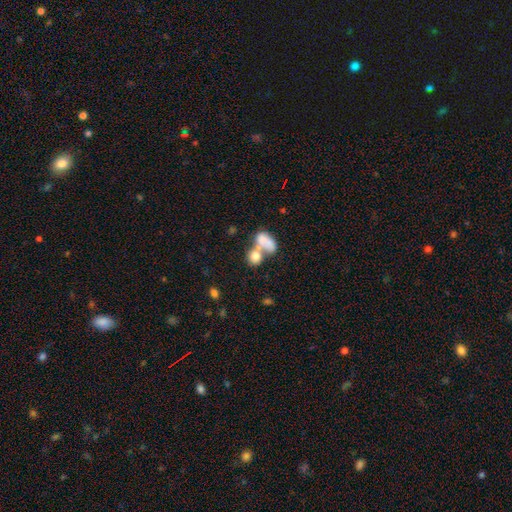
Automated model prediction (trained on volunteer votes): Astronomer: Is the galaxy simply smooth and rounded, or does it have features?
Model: smooth — 74%.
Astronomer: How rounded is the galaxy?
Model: in between — 56% (runner-up: round, 42%).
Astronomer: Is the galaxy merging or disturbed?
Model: merger — 63%.